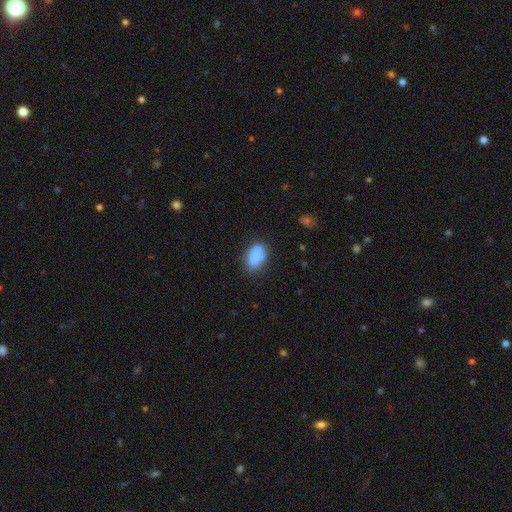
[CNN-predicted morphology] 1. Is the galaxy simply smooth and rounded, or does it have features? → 66% smooth, 25% featured or disk, 9% star or artifact.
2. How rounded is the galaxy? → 84% in between, 13% round, 2% cigar-shaped.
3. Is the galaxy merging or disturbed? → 41% none, 26% merger, 22% minor disturbance, 11% major disturbance.